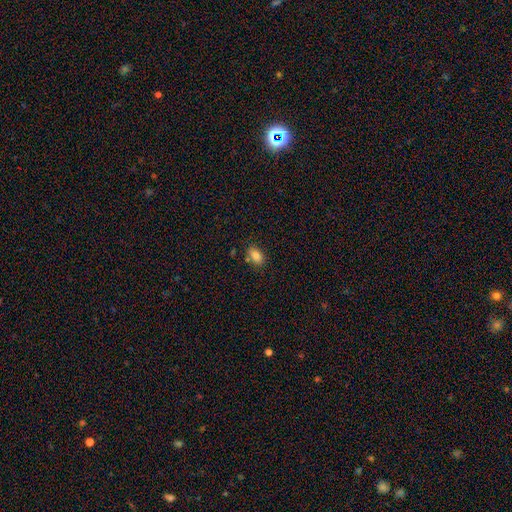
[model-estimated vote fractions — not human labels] smooth_or_featured: smooth (p=0.84) [alt: star or artifact p=0.10]
how_rounded: in between (p=0.88) [alt: round p=0.09]
merging: none (p=0.74) [alt: minor disturbance p=0.14]